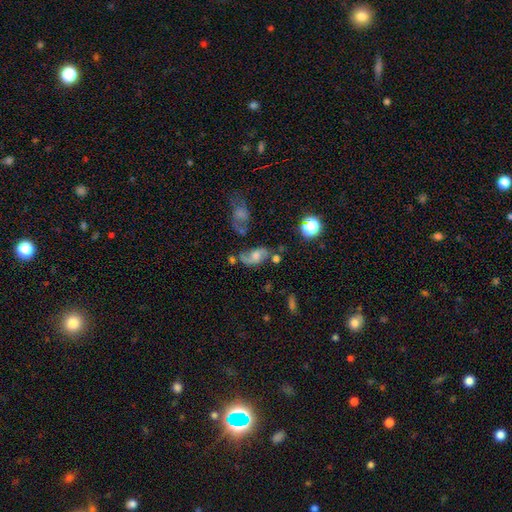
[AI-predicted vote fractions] A featured or disk galaxy (57%) with no bar (63%), spiral arms (84%) and a moderate central bulge (48%). Merging: none (49%).